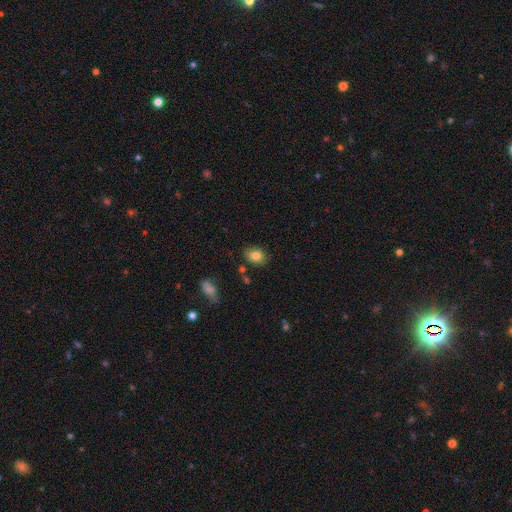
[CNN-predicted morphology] A smooth galaxy with no disk features (82%) that is in between round and cigar-shaped (64%). Merging: none (83%).